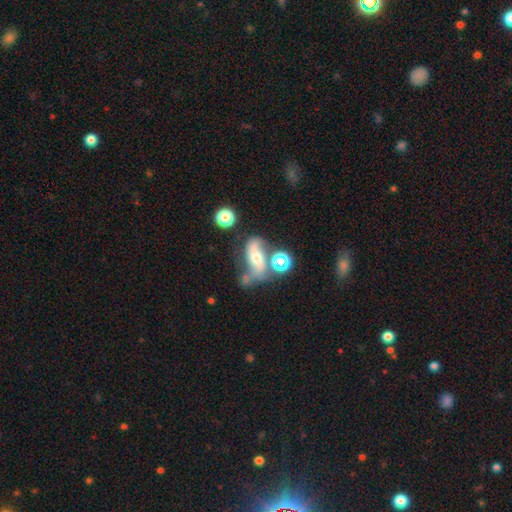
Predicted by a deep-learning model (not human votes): Smooth or featured?
  - featured or disk: 64% *
  - smooth: 25%
  - star or artifact: 12%
Edge-on disk?
  - no: 91% *
  - yes: 9%
Bar?
  - no: 47% *
  - weak: 30%
  - strong: 22%
Spiral arms?
  - yes: 83% *
  - no: 17%
Bulge size?
  - moderate: 54% *
  - small: 32%
  - large: 8%
  - none: 4%
  - dominant: 2%
Merging?
  - none: 40% *
  - merger: 21%
  - minor disturbance: 21%
  - major disturbance: 18%